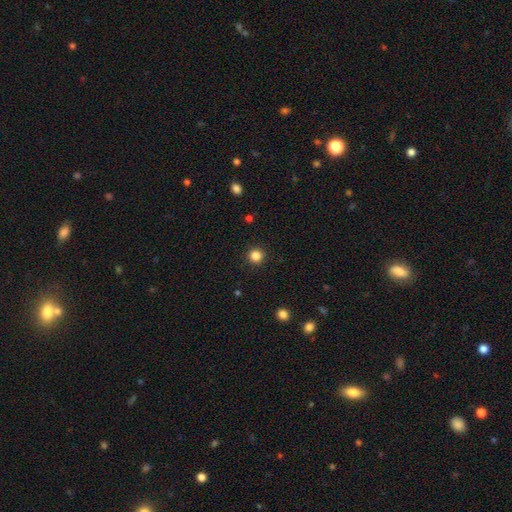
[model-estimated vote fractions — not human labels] A smooth galaxy with no disk features (84%) that is round (94%). Merging: none (92%).